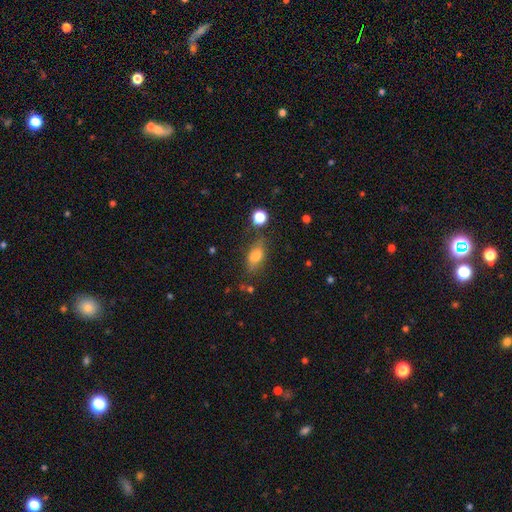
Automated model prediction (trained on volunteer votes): smooth-or-featured: smooth: 70% | featured or disk: 20% | star or artifact: 10%
  how-rounded: in between: 78% | cigar-shaped: 13% | round: 10%
  merging: none: 72% | minor disturbance: 18% | major disturbance: 6% | merger: 4%